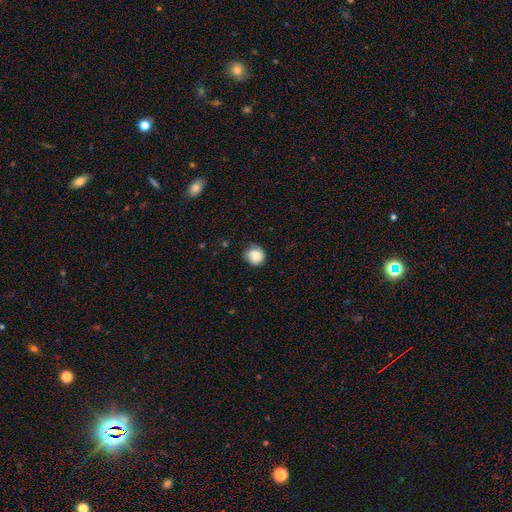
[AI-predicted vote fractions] Morphology: type=smooth (81%); roundness=round (80%); merging=none (61%).